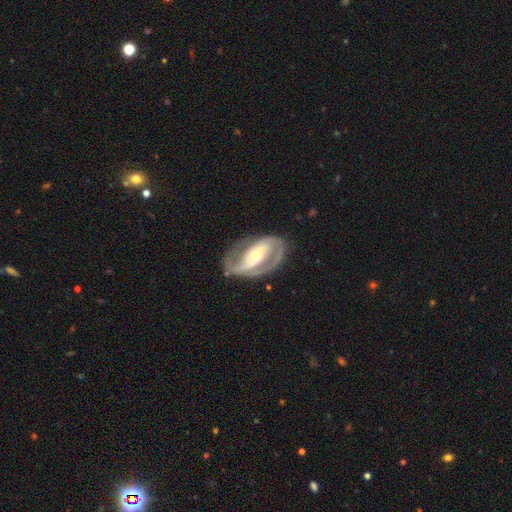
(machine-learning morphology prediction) smooth_or_featured: featured or disk (p=0.87) [alt: smooth p=0.08]
disk_edge_on: no (p=0.96) [alt: yes p=0.04]
bar: strong (p=0.43) [alt: weak p=0.30]
has_spiral_arms: yes (p=0.93) [alt: no p=0.07]
spiral_winding: medium (p=0.49) [alt: tight p=0.31]
spiral_arm_count: 2 (p=0.87) [alt: can't tell p=0.05]
bulge_size: small (p=0.49) [alt: moderate p=0.45]
merging: none (p=0.76) [alt: minor disturbance p=0.14]